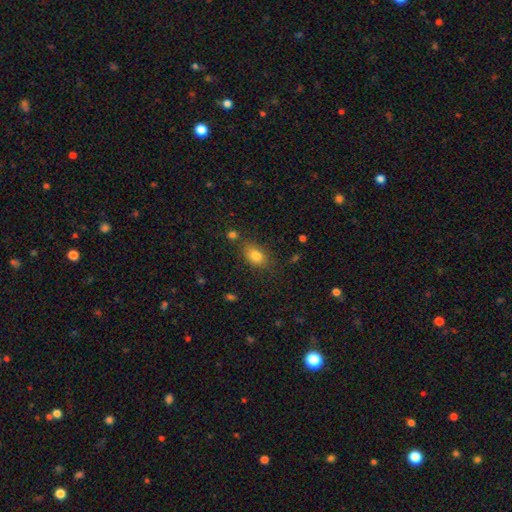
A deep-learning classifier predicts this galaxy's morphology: Q: Smooth or featured?
A: smooth (82%); runner-up: star or artifact (10%)
Q: How rounded?
A: in between (78%); runner-up: round (20%)
Q: Merging?
A: none (72%); runner-up: minor disturbance (17%)